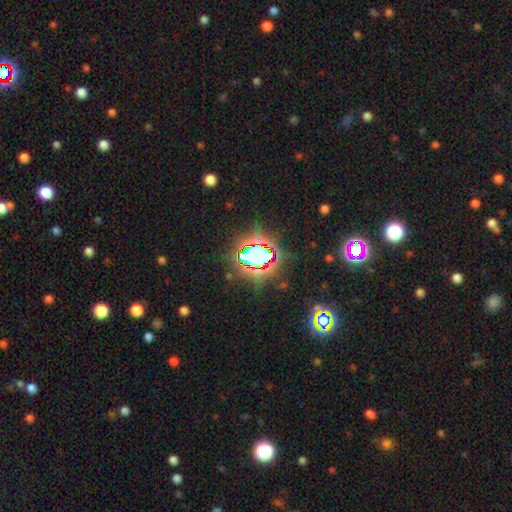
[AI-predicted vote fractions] Smooth or featured?
  - star or artifact: 72% *
  - smooth: 17%
  - featured or disk: 11%